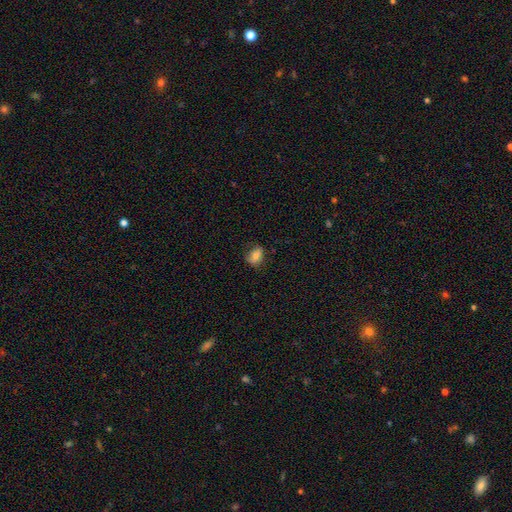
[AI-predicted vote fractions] This is likely a smooth galaxy (78%). How rounded: likely in between (70%). Merging: likely none (75%).